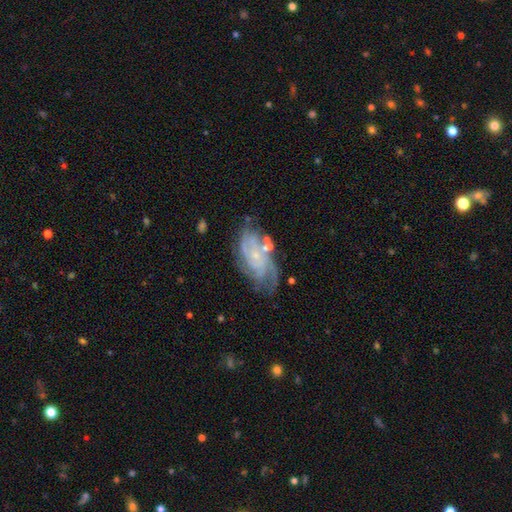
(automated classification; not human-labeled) Smooth or featured?
  - featured or disk: 82% *
  - smooth: 10%
  - star or artifact: 8%
Edge-on disk?
  - no: 96% *
  - yes: 4%
Bar?
  - no: 72% *
  - weak: 23%
  - strong: 5%
Spiral arms?
  - yes: 95% *
  - no: 5%
Spiral winding?
  - tight: 59% *
  - medium: 32%
  - loose: 9%
Spiral arm count?
  - can't tell: 29% *
  - 3: 22%
  - 4: 21%
  - 2: 15%
  - more than 4: 8%
  - 1: 6%
Bulge size?
  - small: 78% *
  - moderate: 11%
  - none: 8%
  - large: 1%
  - dominant: 1%
Merging?
  - none: 61% *
  - minor disturbance: 22%
  - major disturbance: 11%
  - merger: 6%